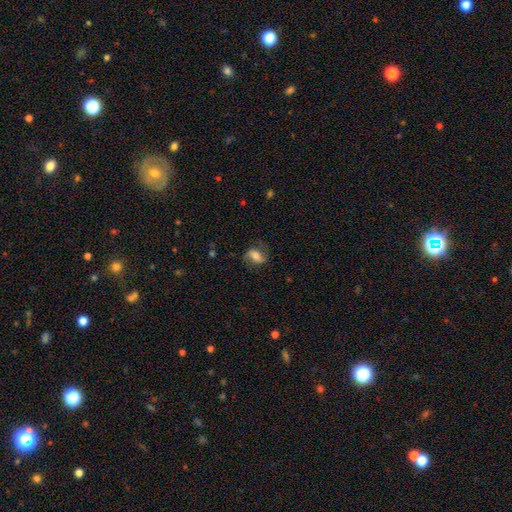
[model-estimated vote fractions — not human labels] The model was most divided on "smooth or featured": featured or disk: 47%, smooth: 44%, star or artifact: 9%. More confident: merging — none (71%).